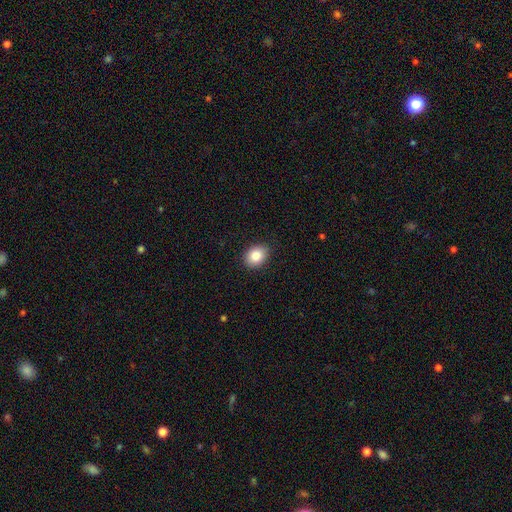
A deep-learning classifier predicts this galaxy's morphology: Smooth or featured? Predicted: smooth (p=0.85). How rounded? Predicted: in between (p=0.63). Merging? Predicted: none (p=0.88).